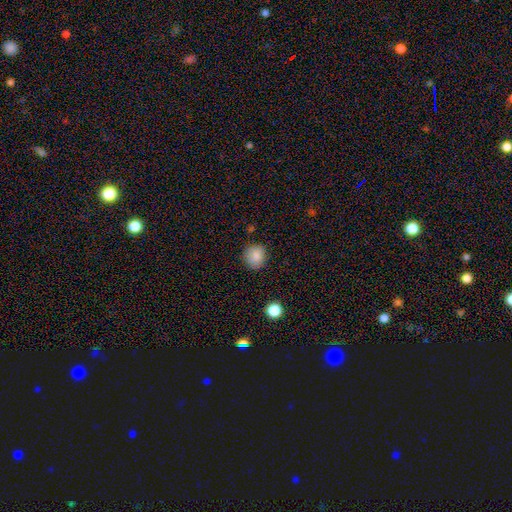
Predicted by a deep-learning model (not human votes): Smooth or featured? Predicted: smooth (p=0.86). How rounded? Predicted: round (p=0.81). Merging? Predicted: none (p=0.85).